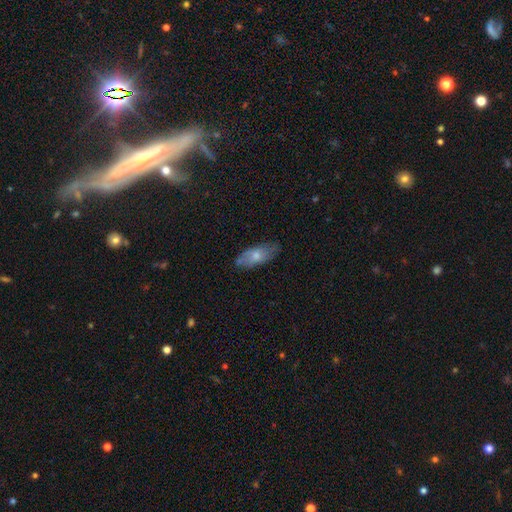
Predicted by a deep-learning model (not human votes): This appears to be a smooth galaxy with no disk features (63%) that is in between round and cigar-shaped (83%). Merging: none (72%).